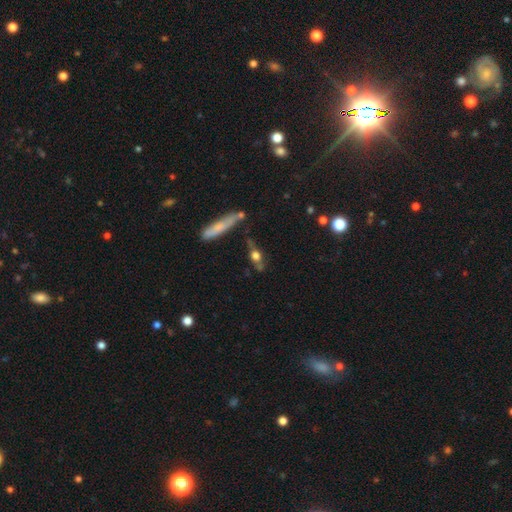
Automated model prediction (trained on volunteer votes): smooth_or_featured: smooth (p=0.49) [alt: featured or disk p=0.37]
merging: none (p=0.57) [alt: minor disturbance p=0.18]